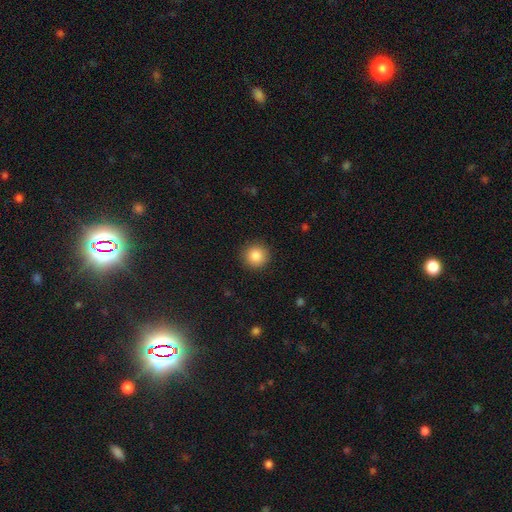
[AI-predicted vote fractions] Overall: smooth (86%). How rounded: round (94%). Merging: none (91%).